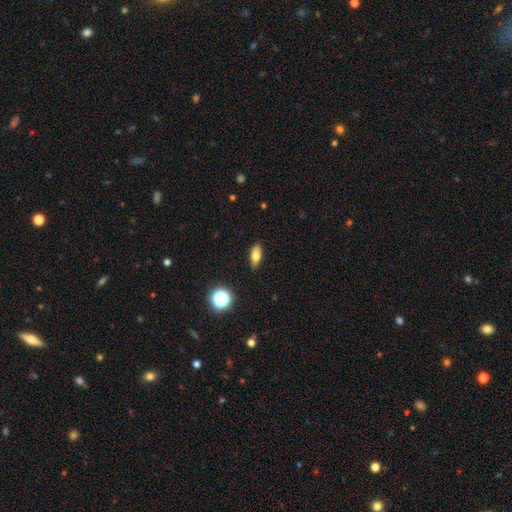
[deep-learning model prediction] This is likely a smooth galaxy (67%). How rounded: likely in between (72%). Merging: clearly none (85%).